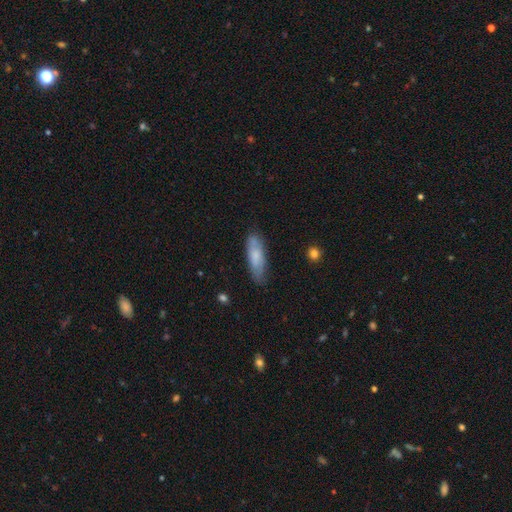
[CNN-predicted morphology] This is likely a smooth galaxy (74%). How rounded: possibly cigar-shaped (52%). Merging: likely none (74%).